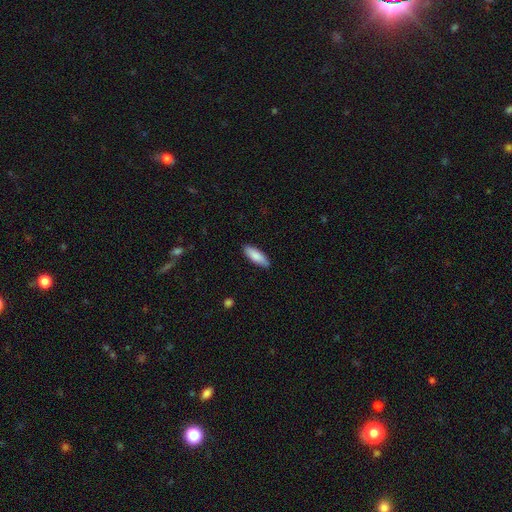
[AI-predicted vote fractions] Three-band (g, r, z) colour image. It shows a smooth galaxy with no disk features (86%) that is in between round and cigar-shaped (59%). Merging: none (87%).